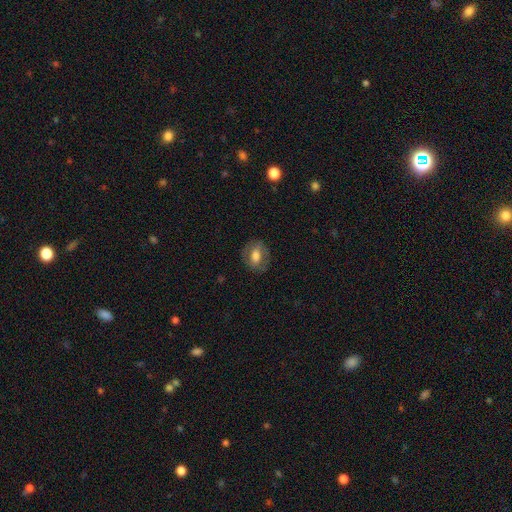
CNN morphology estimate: smooth 59%, featured or disk 33%, star or artifact 8%. Down the decision tree: how rounded — in between (65%); merging — none (78%).